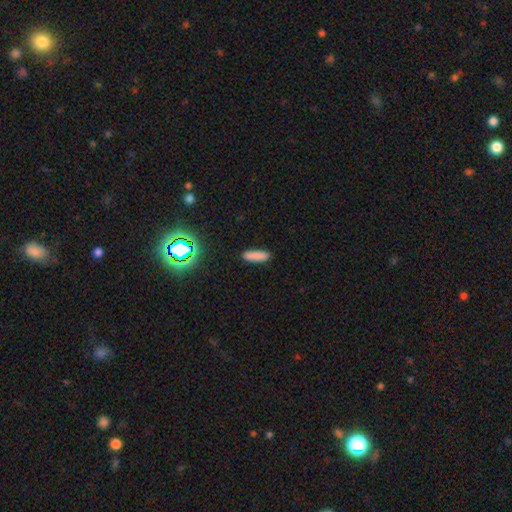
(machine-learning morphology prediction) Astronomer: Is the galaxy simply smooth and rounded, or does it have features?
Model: smooth — 83%.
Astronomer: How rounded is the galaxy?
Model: cigar-shaped — 61% (runner-up: in between, 37%).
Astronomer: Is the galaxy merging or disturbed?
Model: none — 87%.